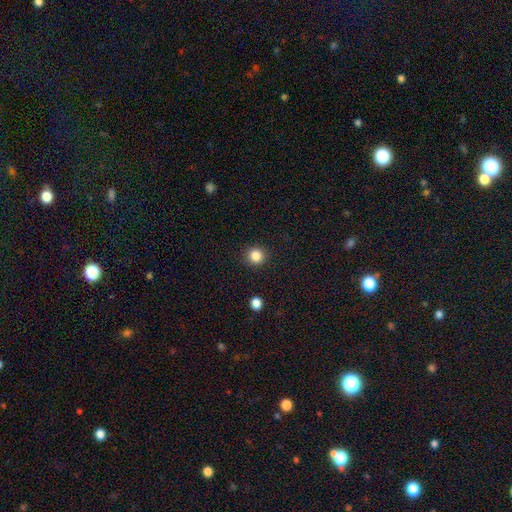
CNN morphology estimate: Overall: smooth (85%). How rounded: round (92%). Merging: none (91%).